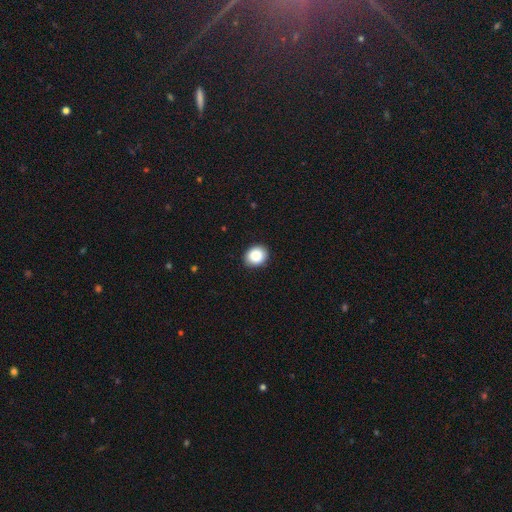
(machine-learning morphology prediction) Smooth or featured: smooth — 88% (star or artifact — 8%)
How rounded: round — 60% (in between — 39%)
Merging: none — 89% (minor disturbance — 9%)